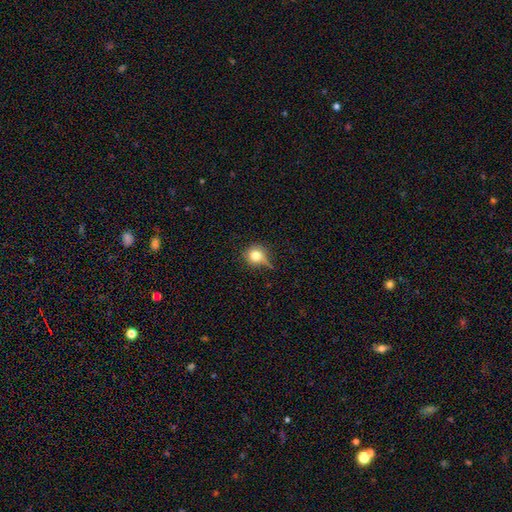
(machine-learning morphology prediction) Smooth or featured? smooth (76%)
How rounded? round (86%)
Merging? none (53%)